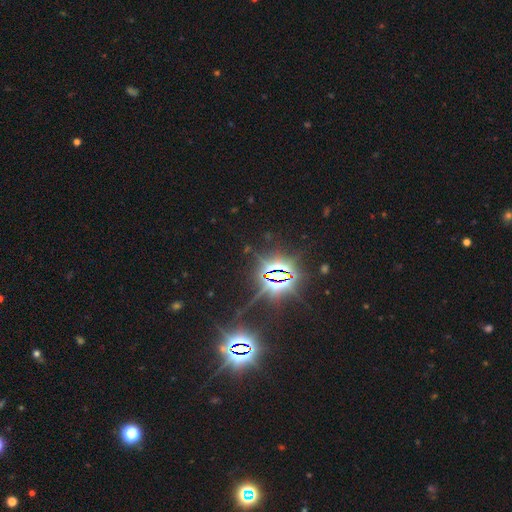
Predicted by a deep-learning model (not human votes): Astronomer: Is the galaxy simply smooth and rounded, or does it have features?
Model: star or artifact — 86%.